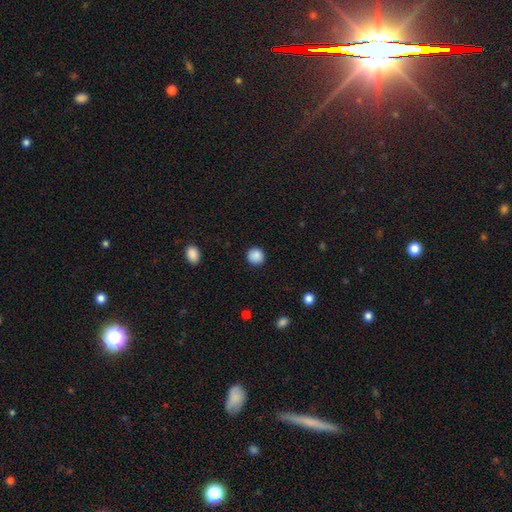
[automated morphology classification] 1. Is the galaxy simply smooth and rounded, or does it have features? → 89% smooth, 9% star or artifact, 3% featured or disk.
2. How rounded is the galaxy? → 89% round, 10% in between, 1% cigar-shaped.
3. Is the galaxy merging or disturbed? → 90% none, 6% minor disturbance, 2% major disturbance, 1% merger.